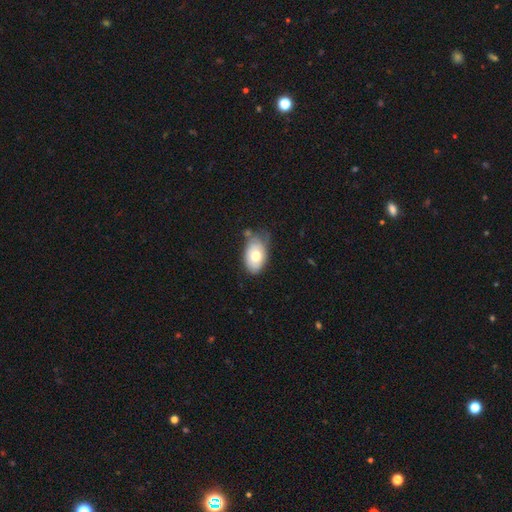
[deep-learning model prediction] Morphology: type=smooth (64%); roundness=in between (88%); merging=none (46%).